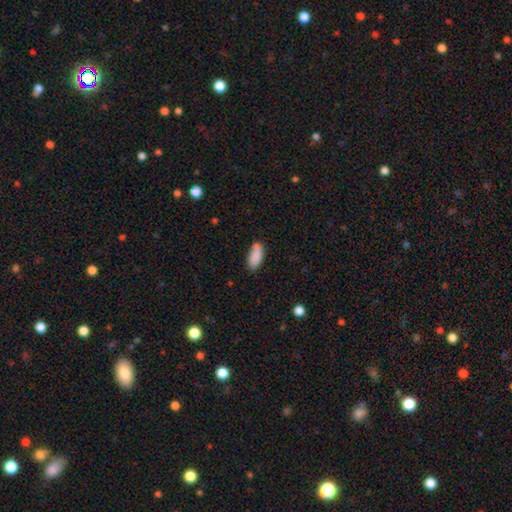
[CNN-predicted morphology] type=smooth (86%); roundness=in between (87%); merging=none (63%).